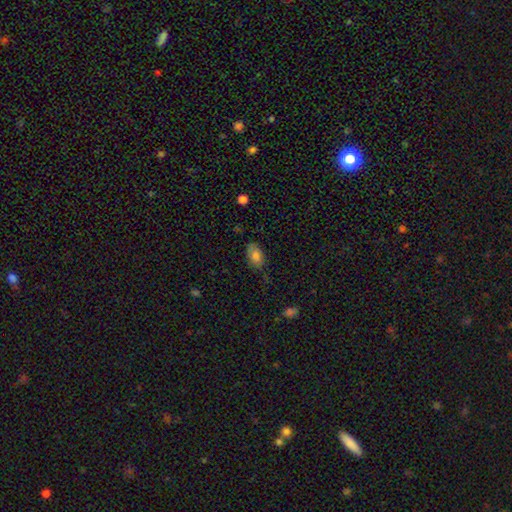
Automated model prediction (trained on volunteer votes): A smooth galaxy with no disk features (80%) that is in between round and cigar-shaped (89%). Merging: none (67%).